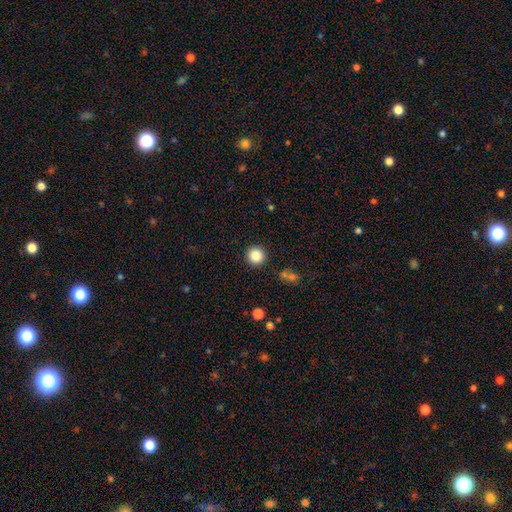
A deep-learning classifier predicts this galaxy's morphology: type=smooth (84%); roundness=round (95%); merging=none (92%).